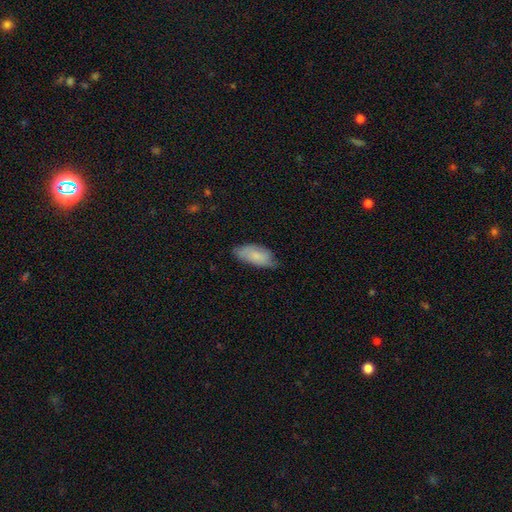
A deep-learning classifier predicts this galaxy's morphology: Smooth or featured: smooth — 80% (featured or disk — 14%)
How rounded: in between — 87% (cigar-shaped — 11%)
Merging: none — 60% (minor disturbance — 33%)